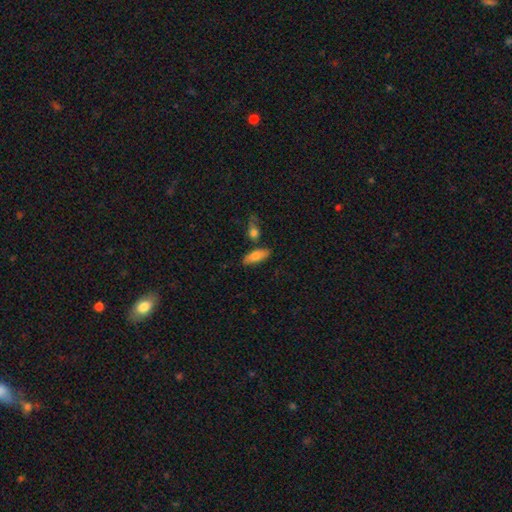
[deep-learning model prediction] Q: Smooth or featured?
A: smooth (76%); runner-up: featured or disk (17%)
Q: How rounded?
A: in between (73%); runner-up: cigar-shaped (24%)
Q: Merging?
A: none (68%); runner-up: minor disturbance (15%)